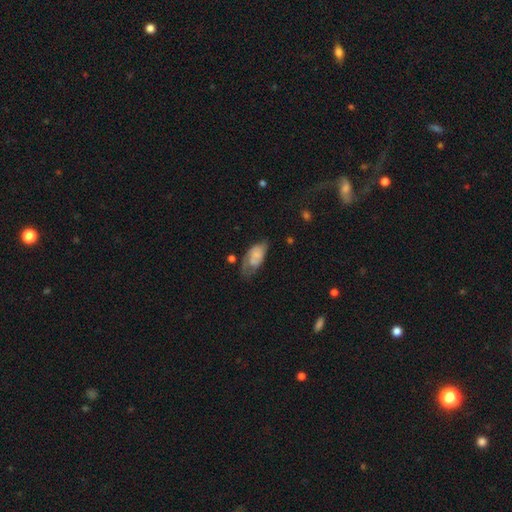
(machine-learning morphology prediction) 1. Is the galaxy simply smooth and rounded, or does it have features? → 56% smooth, 36% featured or disk, 8% star or artifact.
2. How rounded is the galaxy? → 91% in between, 5% cigar-shaped, 4% round.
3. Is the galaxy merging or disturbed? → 35% none, 34% minor disturbance, 26% major disturbance, 5% merger.